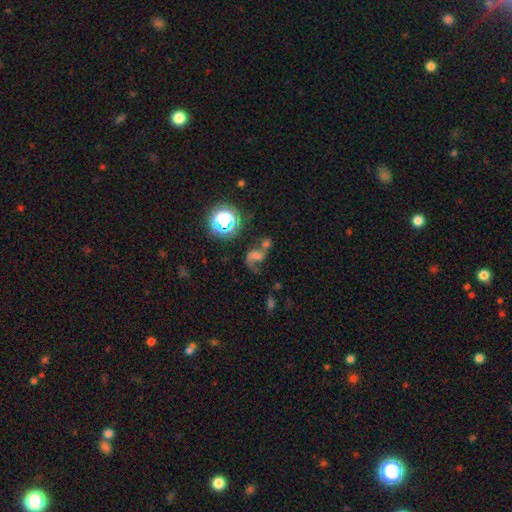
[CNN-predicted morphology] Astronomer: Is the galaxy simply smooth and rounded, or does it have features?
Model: featured or disk — 52%.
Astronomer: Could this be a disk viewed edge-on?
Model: no — 97%.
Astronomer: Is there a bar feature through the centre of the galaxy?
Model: no — 56%.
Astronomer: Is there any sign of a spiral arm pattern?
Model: yes — 83%.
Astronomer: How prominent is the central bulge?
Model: moderate — 35% (runner-up: small, 28%).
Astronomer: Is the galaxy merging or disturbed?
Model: merger — 41% (runner-up: none, 28%).